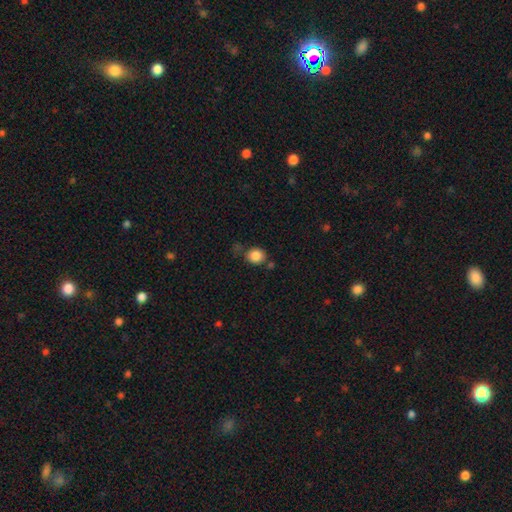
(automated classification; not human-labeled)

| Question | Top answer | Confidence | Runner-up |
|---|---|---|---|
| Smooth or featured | smooth | 86% | star or artifact (9%) |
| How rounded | round | 77% | in between (22%) |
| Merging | none | 69% | minor disturbance (15%) |